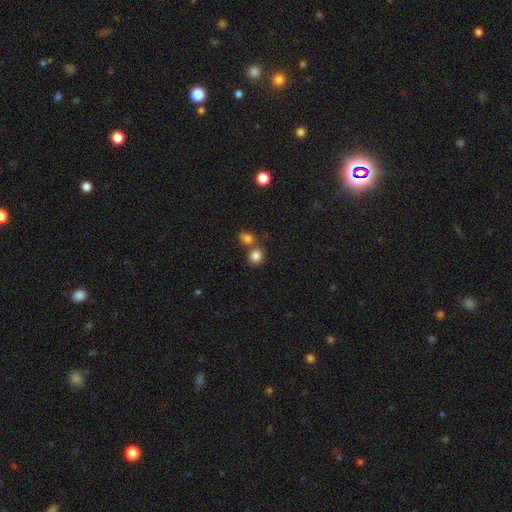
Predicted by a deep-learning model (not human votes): This is clearly a smooth galaxy (84%). How rounded: clearly round (83%). Merging: possibly none (59%).